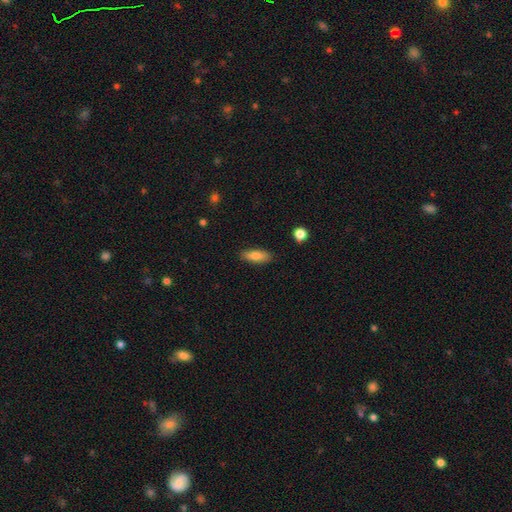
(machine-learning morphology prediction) smooth 77%, featured or disk 16%, star or artifact 7%. Down the decision tree: how rounded — in between (63%); merging — none (86%).